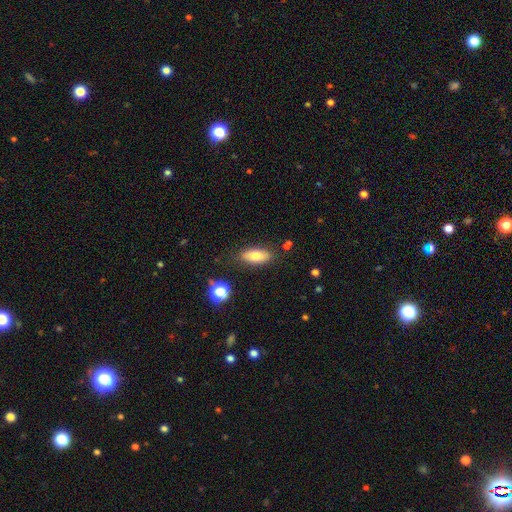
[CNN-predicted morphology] This is likely a smooth galaxy (74%). How rounded: clearly in between (84%). Merging: clearly none (82%).